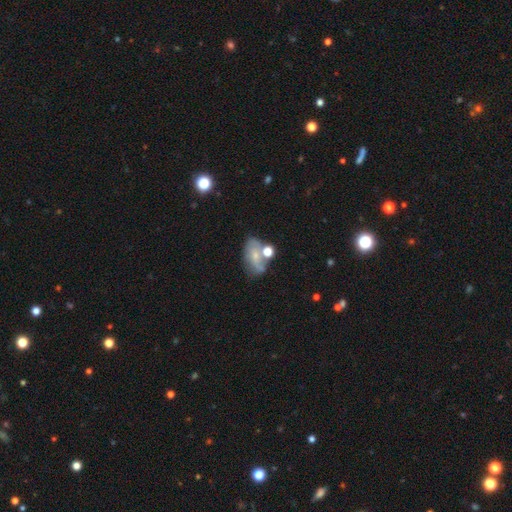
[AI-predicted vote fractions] A smooth galaxy with no disk features (50%).

Vote fractions:
- Smooth or featured? smooth: 50% / featured or disk: 39% / star or artifact: 11%
- Merging? none: 40% / merger: 24% / minor disturbance: 23% / major disturbance: 13%